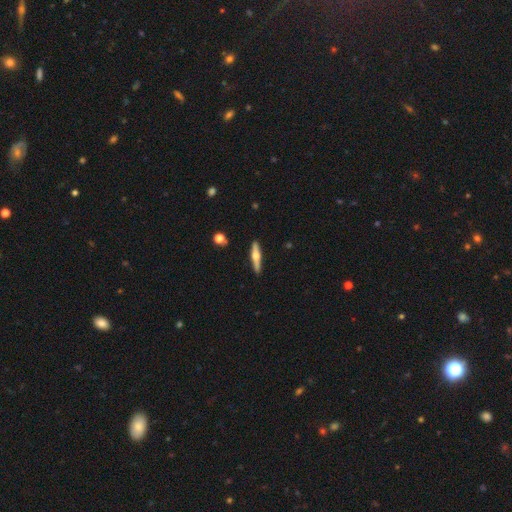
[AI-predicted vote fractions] This appears to be a featured or disk galaxy (61%) viewed edge-on (96%) with a rounded central bulge (91%). Merging: none (89%).